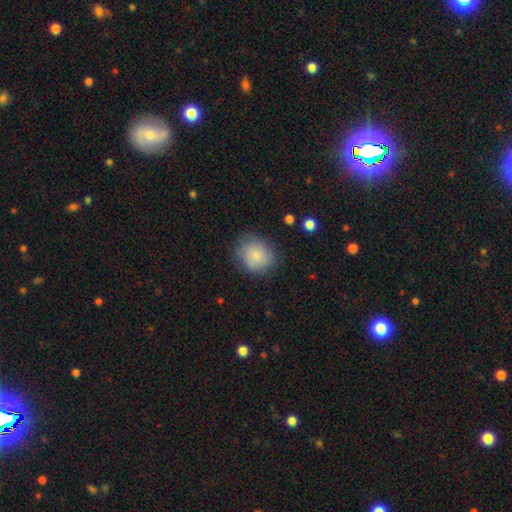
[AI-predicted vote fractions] Morphology: type=smooth (80%); roundness=round (70%); merging=none (72%).